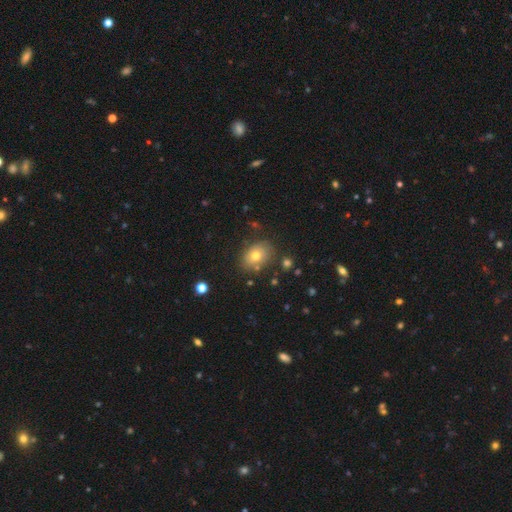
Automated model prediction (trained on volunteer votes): Smooth or featured? Predicted: smooth (p=0.70). How rounded? Predicted: in between (p=0.63). Merging? Predicted: none (p=0.78).